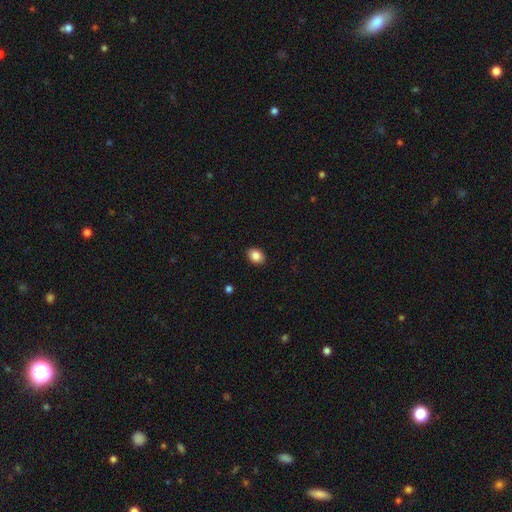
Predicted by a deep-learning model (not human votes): smooth_or_featured: smooth (p=0.87) [alt: star or artifact p=0.09]
how_rounded: in between (p=0.64) [alt: round p=0.35]
merging: none (p=0.90) [alt: minor disturbance p=0.07]